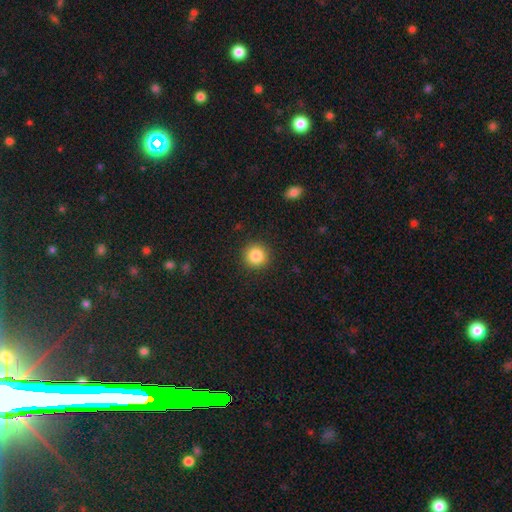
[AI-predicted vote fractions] Overall: smooth (85%). How rounded: round (94%). Merging: none (91%).